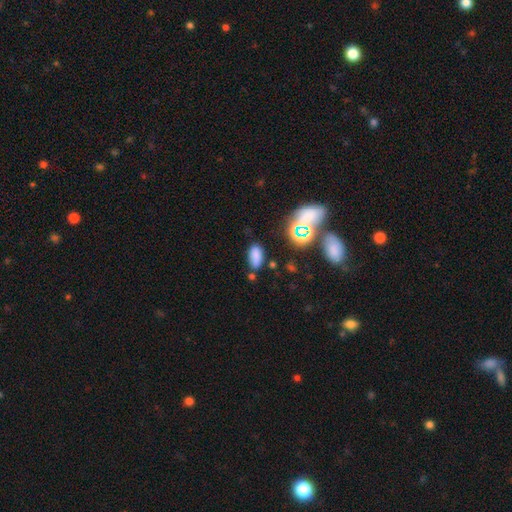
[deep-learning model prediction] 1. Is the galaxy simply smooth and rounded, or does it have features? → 75% smooth, 17% star or artifact, 8% featured or disk.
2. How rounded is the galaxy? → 90% in between, 5% round, 4% cigar-shaped.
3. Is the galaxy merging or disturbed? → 73% none, 16% minor disturbance, 6% merger, 5% major disturbance.